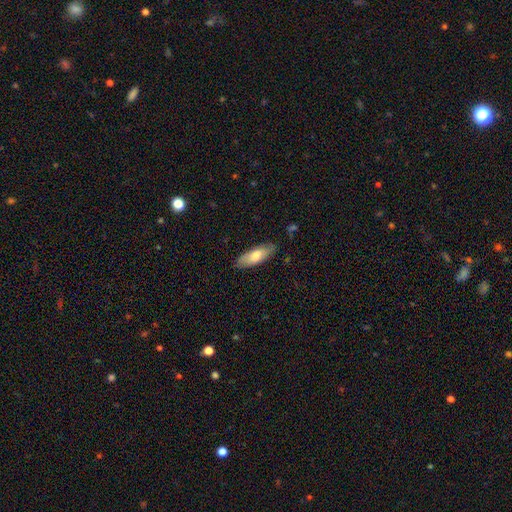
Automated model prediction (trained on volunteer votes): Smooth or featured? Predicted: smooth (p=0.72). How rounded? Predicted: in between (p=0.64). Merging? Predicted: none (p=0.83).